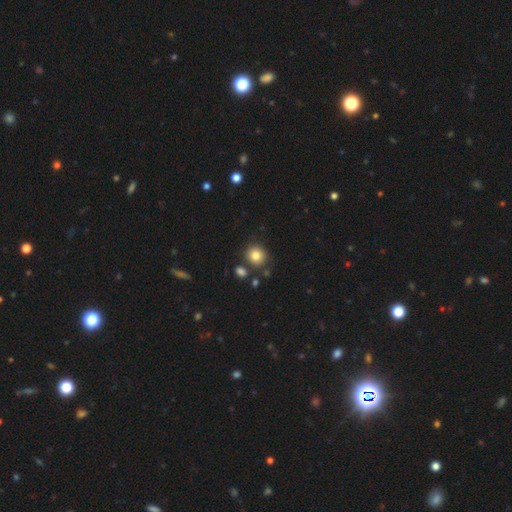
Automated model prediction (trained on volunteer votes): Smooth or featured? smooth (82%)
How rounded? round (86%)
Merging? none (79%)